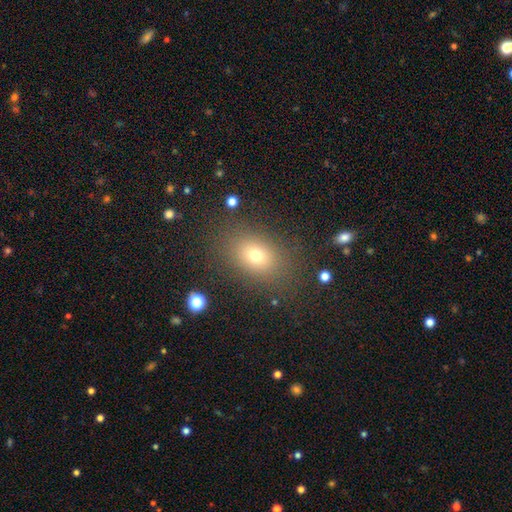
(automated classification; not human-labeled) Smooth or featured?
  - smooth: 71% *
  - star or artifact: 16%
  - featured or disk: 13%
How rounded?
  - in between: 69% *
  - round: 30%
  - cigar-shaped: 2%
Merging?
  - none: 83% *
  - minor disturbance: 10%
  - major disturbance: 5%
  - merger: 2%